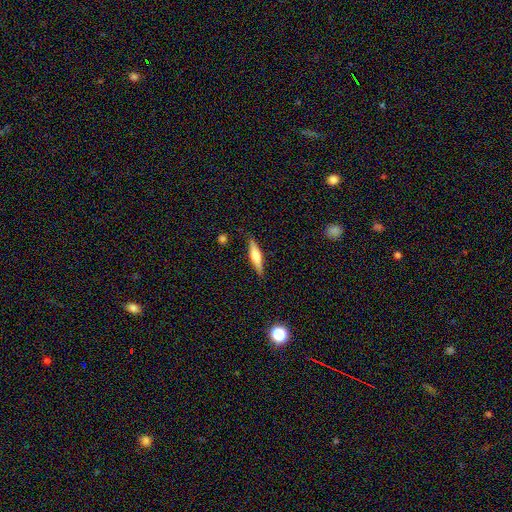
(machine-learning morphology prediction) Smooth or featured? featured or disk (53%)
Edge-on disk? yes (96%)
Edge-on bulge? rounded (83%)
Merging? none (87%)